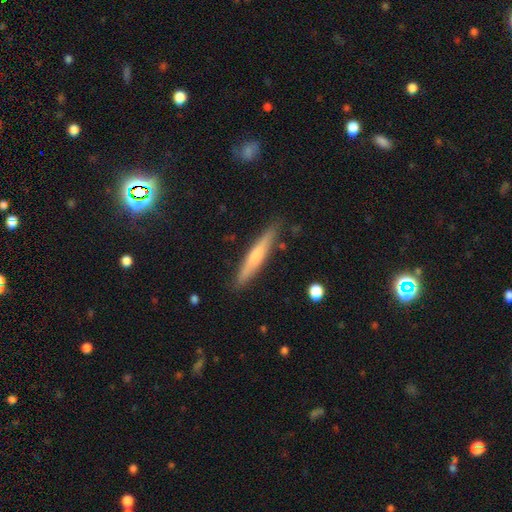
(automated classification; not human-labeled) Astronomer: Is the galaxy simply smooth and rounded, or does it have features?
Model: smooth — 54% (runner-up: featured or disk, 39%).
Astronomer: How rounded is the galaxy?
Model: cigar-shaped — 94%.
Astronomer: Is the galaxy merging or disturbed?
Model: none — 87%.